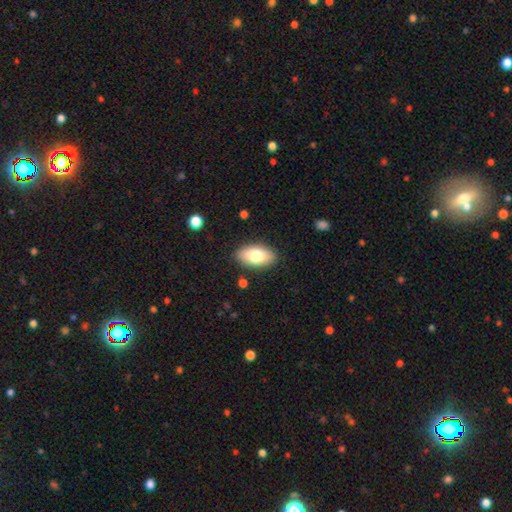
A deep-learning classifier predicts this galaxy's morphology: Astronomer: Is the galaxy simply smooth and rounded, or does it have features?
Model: smooth — 77%.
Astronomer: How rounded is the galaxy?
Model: in between — 93%.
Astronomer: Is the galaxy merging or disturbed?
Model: none — 87%.